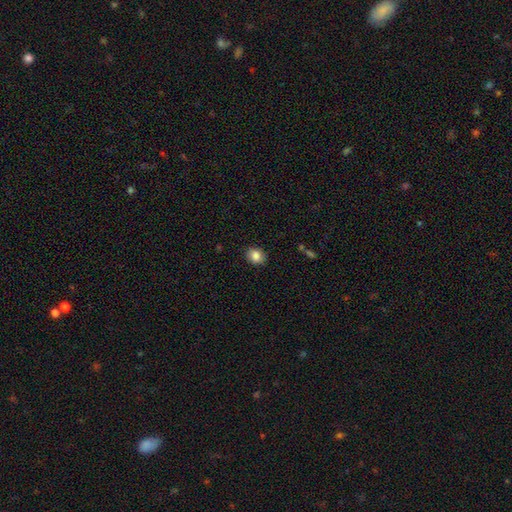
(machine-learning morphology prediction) This is clearly a smooth galaxy (85%). How rounded: possibly round (57%). Merging: clearly none (89%).